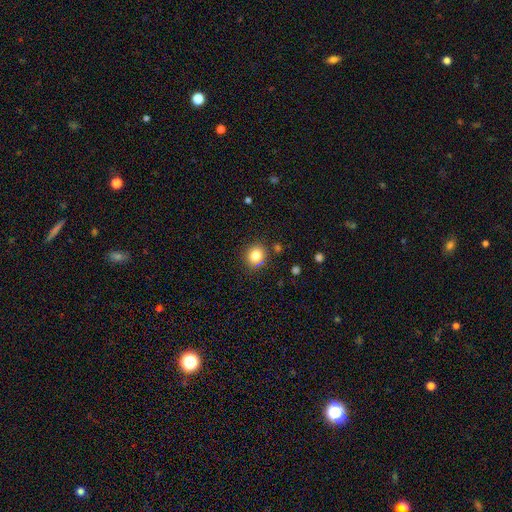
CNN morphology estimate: Smooth or featured: smooth — 82% (star or artifact — 11%)
How rounded: round — 76% (in between — 23%)
Merging: none — 83% (minor disturbance — 10%)